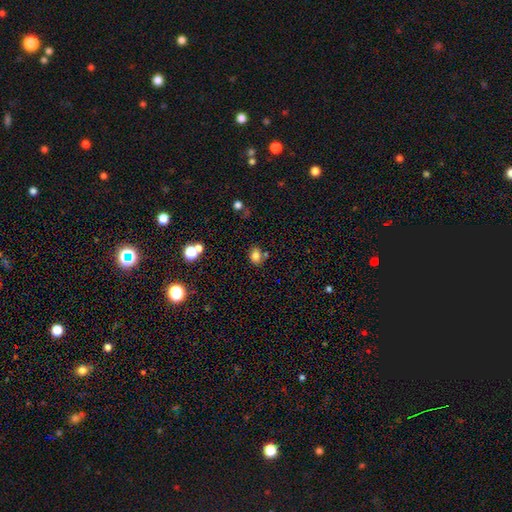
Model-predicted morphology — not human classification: smooth-or-featured: smooth: 79% | star or artifact: 14% | featured or disk: 7%
  how-rounded: in between: 53% | round: 45% | cigar-shaped: 1%
  merging: none: 68% | minor disturbance: 15% | merger: 13% | major disturbance: 4%